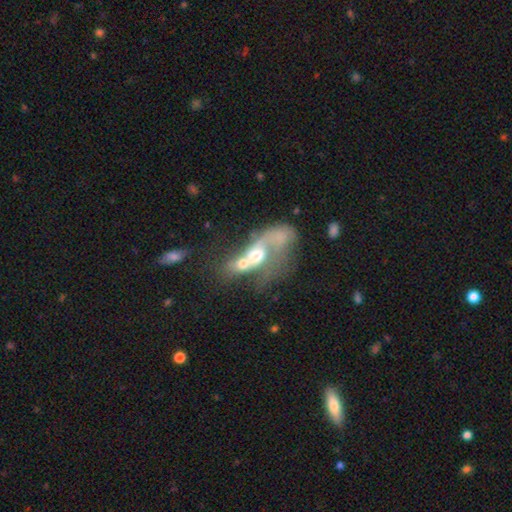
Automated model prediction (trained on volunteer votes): The model was most divided on "spiral arms": no: 54%, yes: 46%. More confident: edge-on disk — no (93%); bar — no (77%); merging — merger (70%); smooth or featured — featured or disk (55%); bulge size — moderate (55%).